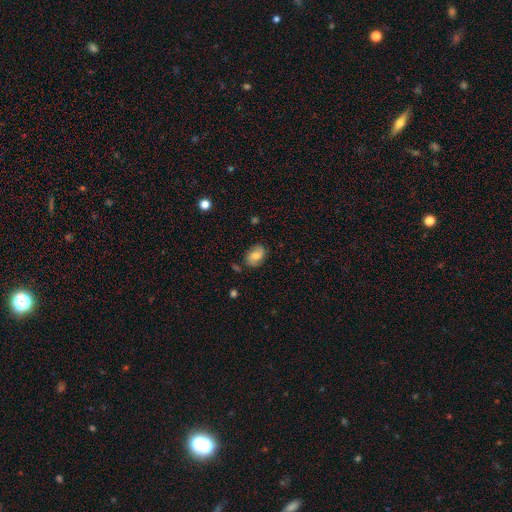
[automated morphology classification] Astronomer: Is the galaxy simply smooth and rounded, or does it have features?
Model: smooth — 55% (runner-up: featured or disk, 35%).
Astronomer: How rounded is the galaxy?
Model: in between — 75%.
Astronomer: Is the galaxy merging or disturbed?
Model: none — 76%.